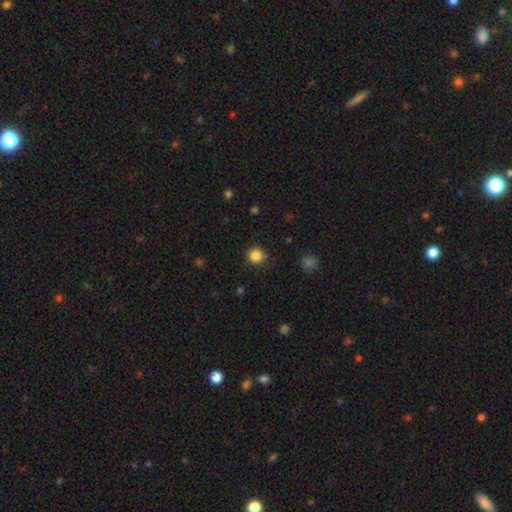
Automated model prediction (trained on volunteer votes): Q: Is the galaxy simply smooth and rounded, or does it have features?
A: smooth — 84%.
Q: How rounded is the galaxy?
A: round — 93%.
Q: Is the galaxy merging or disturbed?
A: none — 88%.